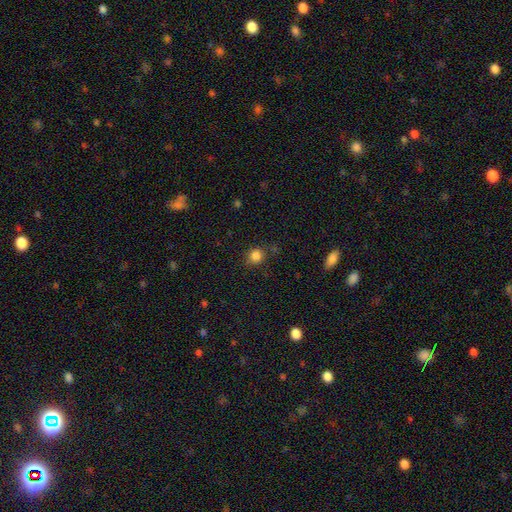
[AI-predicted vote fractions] Q: Smooth or featured?
A: smooth (83%); runner-up: star or artifact (13%)
Q: How rounded?
A: round (85%); runner-up: in between (14%)
Q: Merging?
A: none (77%); runner-up: minor disturbance (15%)